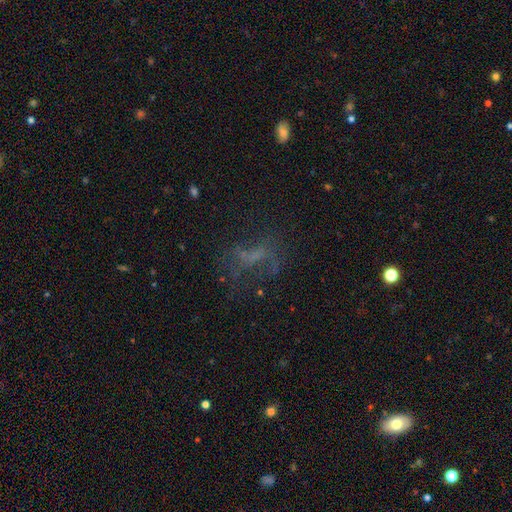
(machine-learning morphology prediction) featured or disk 38%, star or artifact 31%, smooth 31%. Down the decision tree: merging — none (50%).